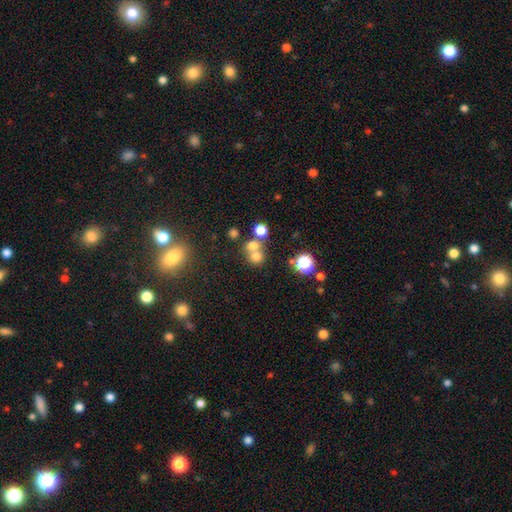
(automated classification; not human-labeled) Q: Smooth or featured?
A: smooth (68%); runner-up: star or artifact (20%)
Q: How rounded?
A: round (82%); runner-up: in between (17%)
Q: Merging?
A: merger (46%); runner-up: none (44%)